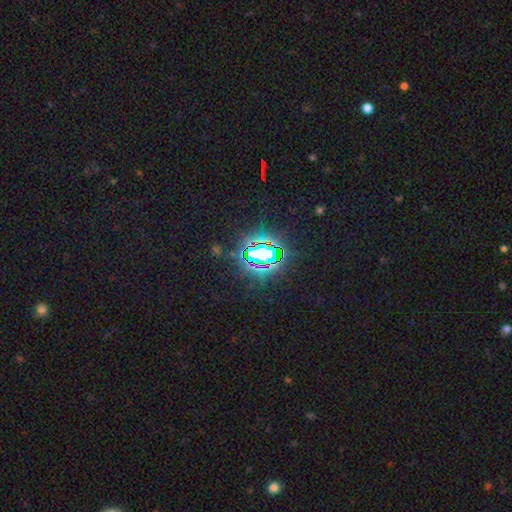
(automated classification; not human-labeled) Morphology: type=star or artifact (81%).